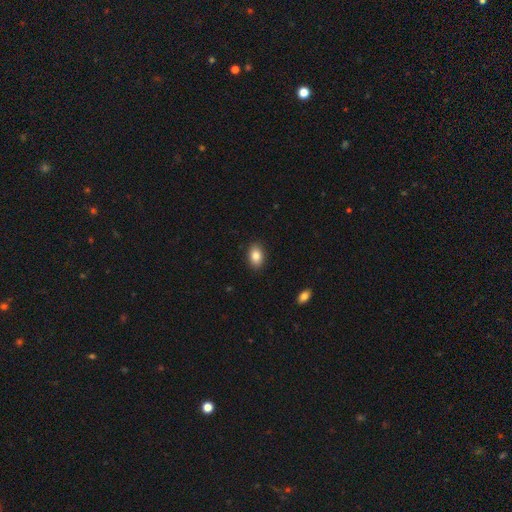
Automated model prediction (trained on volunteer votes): smooth-or-featured: smooth: 85% | star or artifact: 8% | featured or disk: 7%
  how-rounded: in between: 86% | round: 12% | cigar-shaped: 1%
  merging: none: 89% | minor disturbance: 8% | major disturbance: 2% | merger: 1%